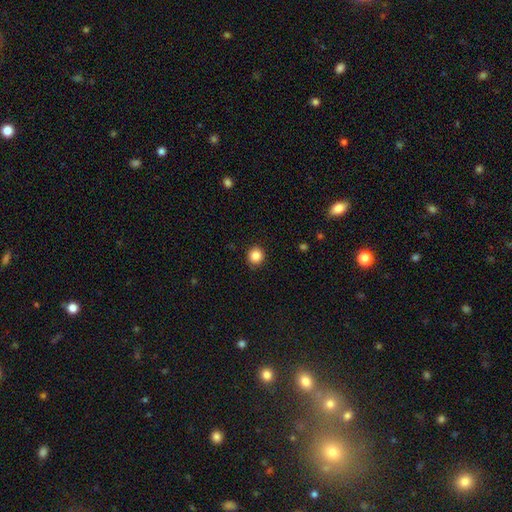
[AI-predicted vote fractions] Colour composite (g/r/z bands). It shows a smooth galaxy with no disk features (85%) that is round (90%). Merging: none (90%).